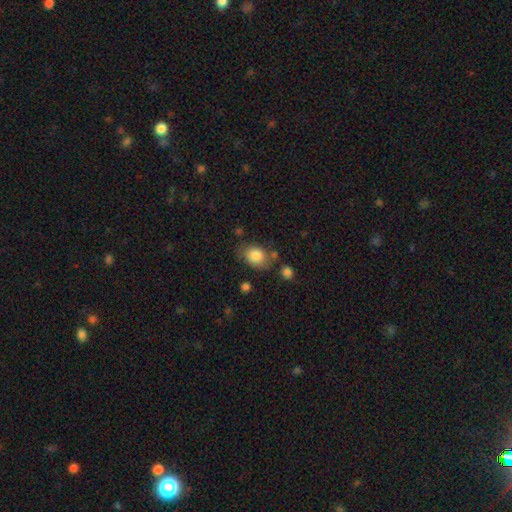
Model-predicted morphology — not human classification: Smooth or featured: smooth — 83% (featured or disk — 8%)
How rounded: in between — 60% (round — 39%)
Merging: none — 66% (minor disturbance — 21%)